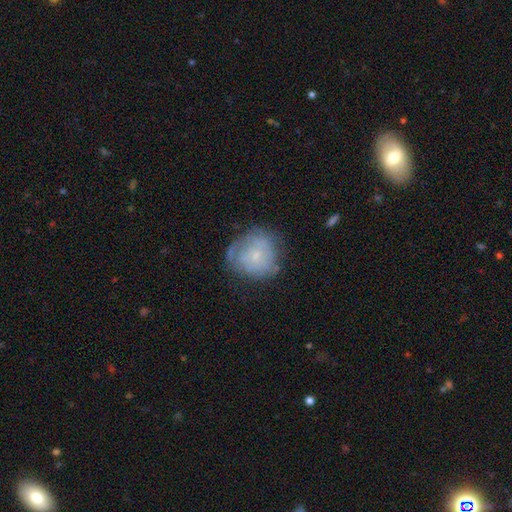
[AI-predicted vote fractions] smooth-or-featured: featured or disk: 47% | smooth: 44% | star or artifact: 9%
  merging: none: 56% | minor disturbance: 26% | major disturbance: 15% | merger: 3%